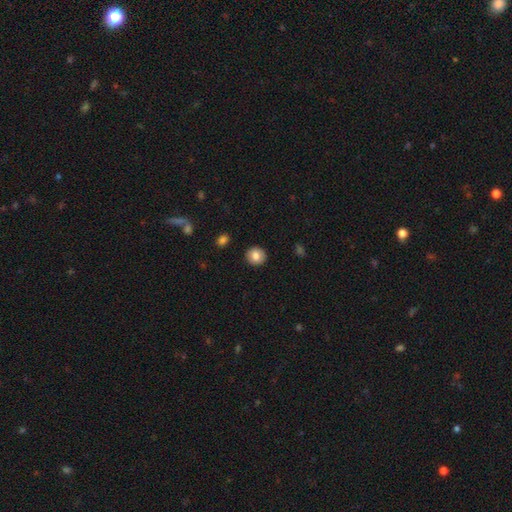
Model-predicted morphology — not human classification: A smooth galaxy with no disk features (81%) that is round (89%).

Vote fractions:
- Smooth or featured? smooth: 81% / featured or disk: 11% / star or artifact: 8%
- How rounded? round: 89% / in between: 10% / cigar-shaped: 1%
- Merging? none: 91% / minor disturbance: 6% / major disturbance: 2% / merger: 1%